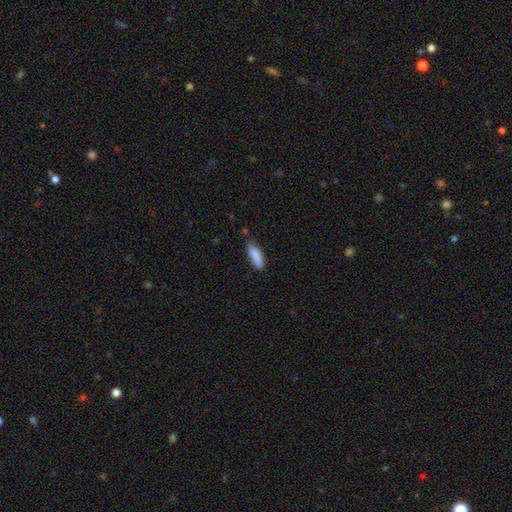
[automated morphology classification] smooth-or-featured: smooth: 87% | star or artifact: 7% | featured or disk: 6%
  how-rounded: in between: 64% | cigar-shaped: 34% | round: 2%
  merging: none: 58% | minor disturbance: 32% | major disturbance: 6% | merger: 4%